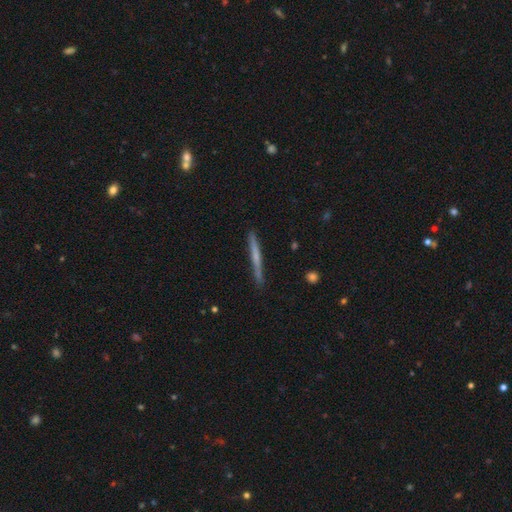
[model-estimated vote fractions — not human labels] Morphology: type=smooth (50%); merging=none (87%).